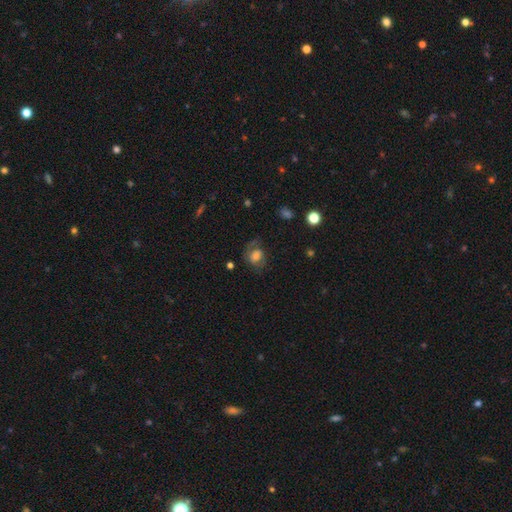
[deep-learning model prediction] Q: Smooth or featured?
A: smooth (47%); runner-up: featured or disk (42%)
Q: Merging?
A: none (54%); runner-up: major disturbance (22%)